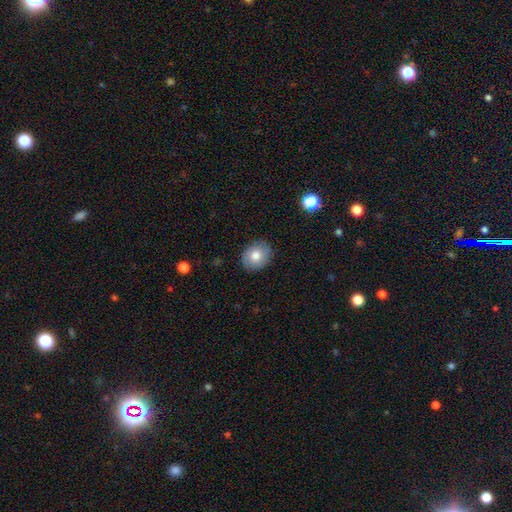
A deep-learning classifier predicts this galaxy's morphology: smooth_or_featured: smooth (p=0.78) [alt: featured or disk p=0.14]
how_rounded: round (p=0.56) [alt: in between p=0.43]
merging: none (p=0.88) [alt: minor disturbance p=0.09]